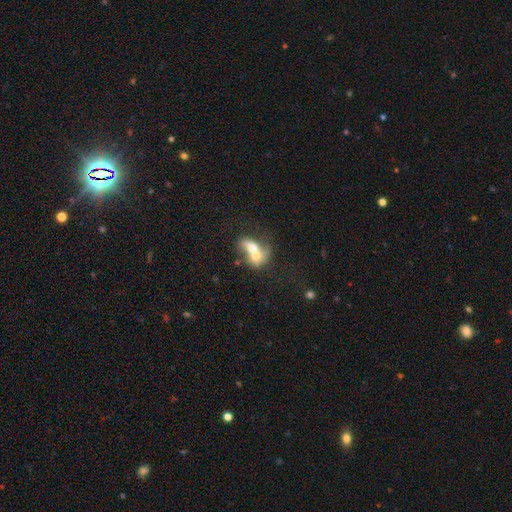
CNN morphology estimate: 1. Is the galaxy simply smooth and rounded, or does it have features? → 59% smooth, 33% featured or disk, 8% star or artifact.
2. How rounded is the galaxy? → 69% in between, 29% round, 3% cigar-shaped.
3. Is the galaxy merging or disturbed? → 79% merger, 11% none, 5% major disturbance, 5% minor disturbance.